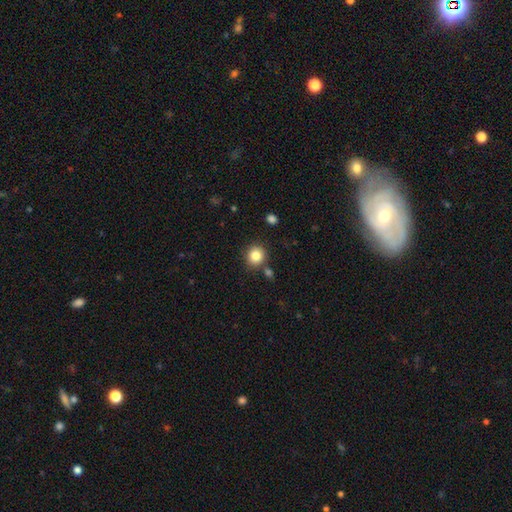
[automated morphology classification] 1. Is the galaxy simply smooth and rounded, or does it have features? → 84% smooth, 10% star or artifact, 6% featured or disk.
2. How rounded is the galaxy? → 89% round, 10% in between, 1% cigar-shaped.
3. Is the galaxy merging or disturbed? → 82% none, 8% minor disturbance, 7% merger, 3% major disturbance.